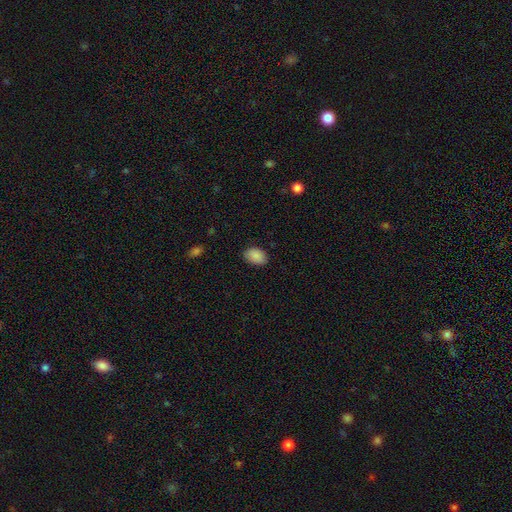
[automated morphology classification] Smooth or featured: smooth — 89% (star or artifact — 8%)
How rounded: in between — 84% (round — 15%)
Merging: none — 84% (minor disturbance — 13%)